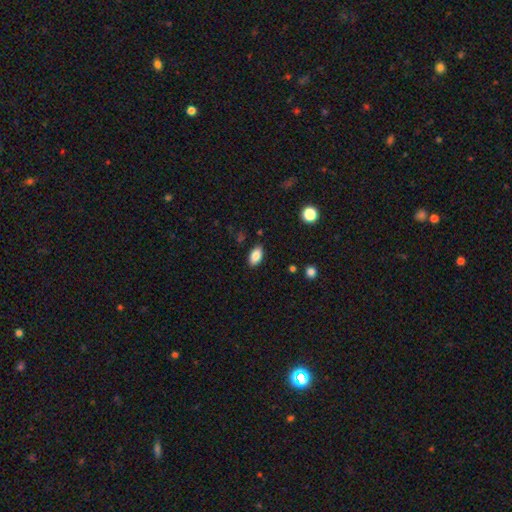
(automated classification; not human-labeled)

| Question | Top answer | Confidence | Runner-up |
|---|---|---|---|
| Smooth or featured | smooth | 86% | star or artifact (8%) |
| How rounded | in between | 93% | round (4%) |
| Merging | none | 86% | minor disturbance (10%) |